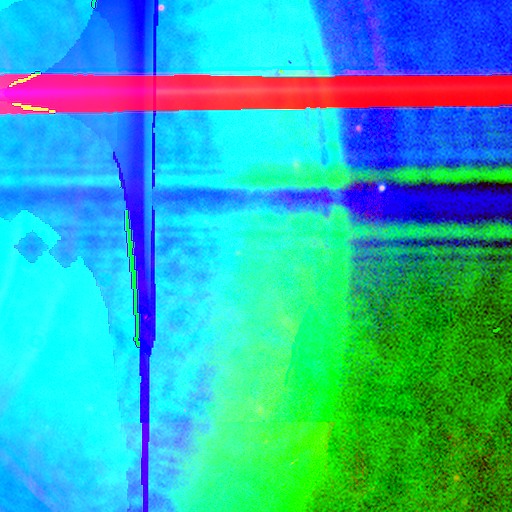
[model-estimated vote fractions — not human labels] smooth-or-featured: star or artifact: 85% | featured or disk: 9% | smooth: 6%